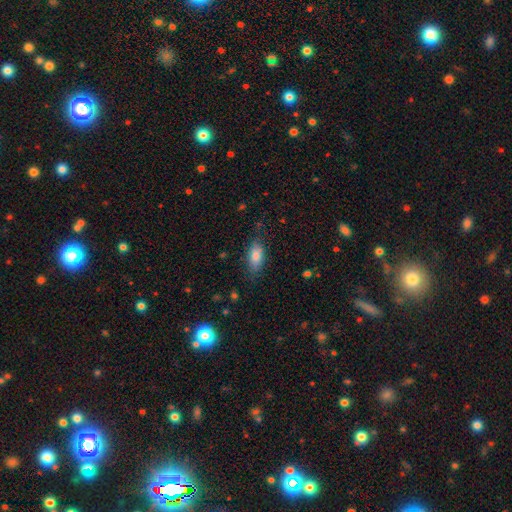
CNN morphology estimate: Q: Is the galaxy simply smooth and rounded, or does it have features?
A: smooth — 80%.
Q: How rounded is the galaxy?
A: in between — 85%.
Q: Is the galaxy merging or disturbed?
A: none — 77%.